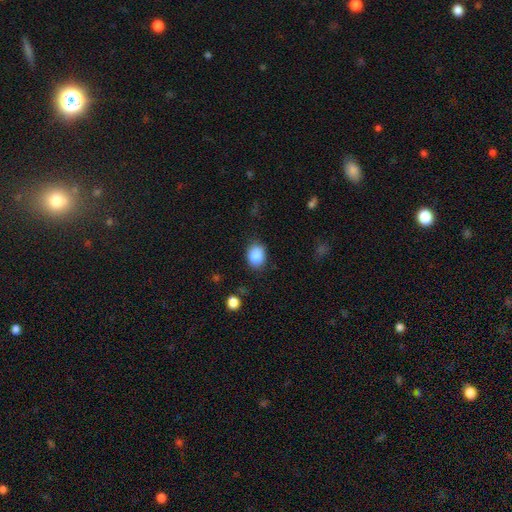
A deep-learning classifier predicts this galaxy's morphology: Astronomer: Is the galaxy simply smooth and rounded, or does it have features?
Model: smooth — 87%.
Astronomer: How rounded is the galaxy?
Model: in between — 53% (runner-up: round, 46%).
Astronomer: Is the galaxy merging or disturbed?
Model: none — 81%.